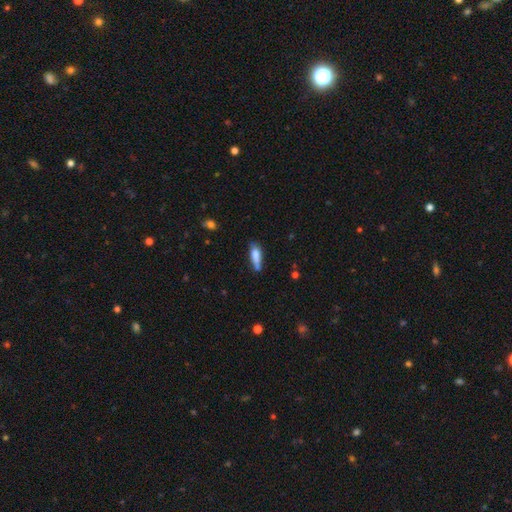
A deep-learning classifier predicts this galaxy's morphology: This appears to be a smooth galaxy with no disk features (75%) that is in between round and cigar-shaped (52%). Merging: none (47%).